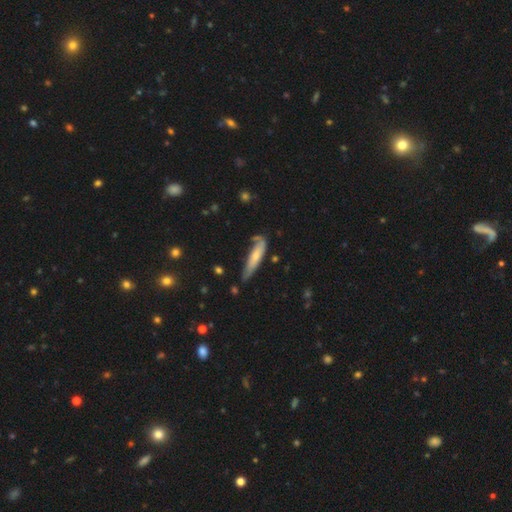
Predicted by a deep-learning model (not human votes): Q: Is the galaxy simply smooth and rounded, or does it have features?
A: smooth — 61%.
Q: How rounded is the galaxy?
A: cigar-shaped — 80%.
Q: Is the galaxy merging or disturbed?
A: none — 53%.